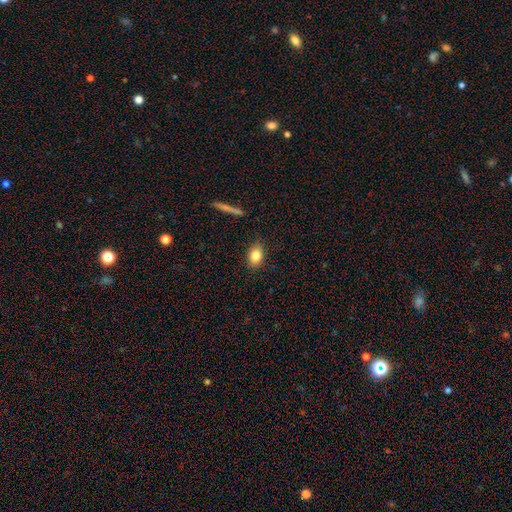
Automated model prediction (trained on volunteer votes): Smooth or featured: smooth — 82% (featured or disk — 9%)
How rounded: in between — 77% (round — 21%)
Merging: none — 85% (minor disturbance — 11%)